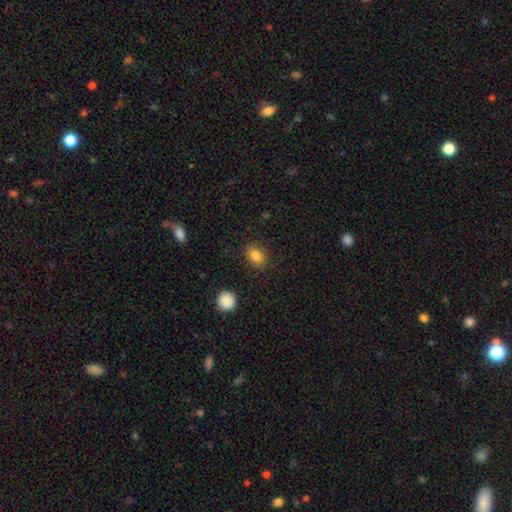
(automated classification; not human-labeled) smooth-or-featured: smooth: 84% | star or artifact: 10% | featured or disk: 7%
  how-rounded: in between: 70% | round: 29% | cigar-shaped: 1%
  merging: none: 86% | minor disturbance: 10% | major disturbance: 3% | merger: 1%